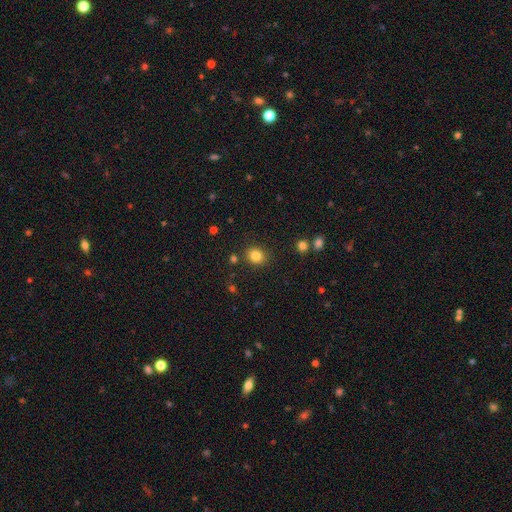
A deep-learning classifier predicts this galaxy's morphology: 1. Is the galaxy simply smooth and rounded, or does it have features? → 82% smooth, 12% star or artifact, 6% featured or disk.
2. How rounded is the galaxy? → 67% round, 32% in between, 1% cigar-shaped.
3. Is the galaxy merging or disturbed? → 86% none, 8% minor disturbance, 3% merger, 3% major disturbance.